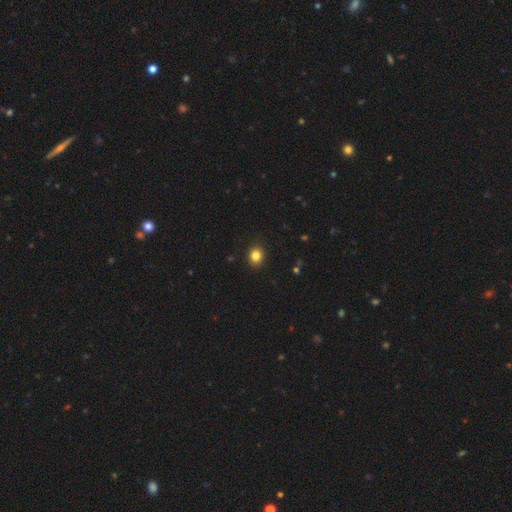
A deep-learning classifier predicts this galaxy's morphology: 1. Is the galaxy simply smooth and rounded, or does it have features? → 84% smooth, 11% star or artifact, 5% featured or disk.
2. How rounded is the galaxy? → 64% round, 36% in between, 1% cigar-shaped.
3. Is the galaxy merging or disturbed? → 91% none, 7% minor disturbance, 2% major disturbance, 1% merger.